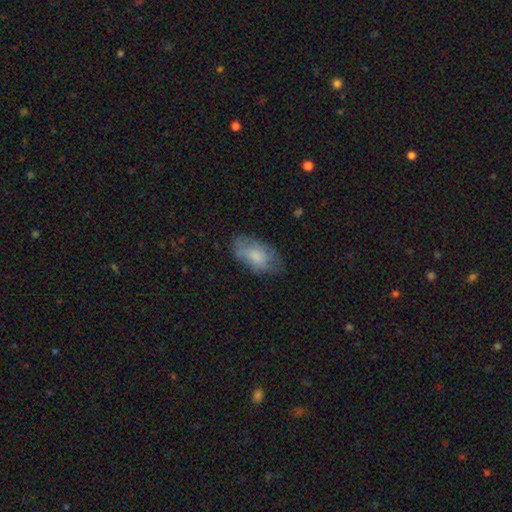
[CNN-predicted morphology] smooth 70%, featured or disk 23%, star or artifact 7%. Down the decision tree: how rounded — in between (94%); merging — none (64%).